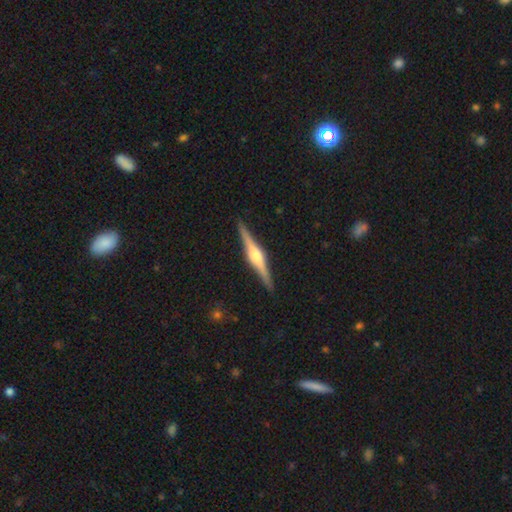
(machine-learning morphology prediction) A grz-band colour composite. It shows a featured or disk galaxy (82%) viewed edge-on (98%) with a rounded central bulge (88%). Merging: none (91%).